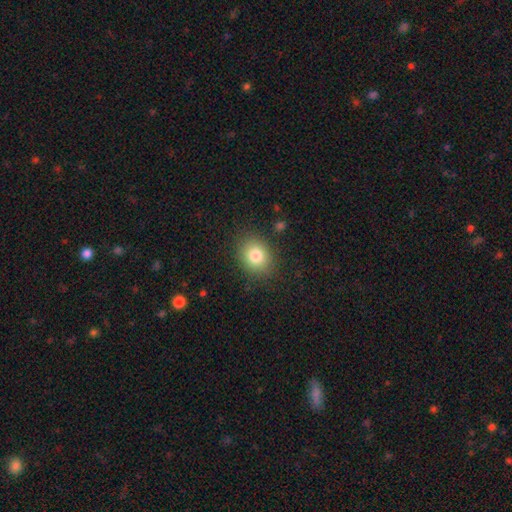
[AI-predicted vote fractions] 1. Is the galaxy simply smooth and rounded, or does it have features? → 82% smooth, 10% star or artifact, 8% featured or disk.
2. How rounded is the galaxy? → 62% round, 37% in between, 1% cigar-shaped.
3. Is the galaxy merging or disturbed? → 86% none, 9% minor disturbance, 3% major disturbance, 1% merger.